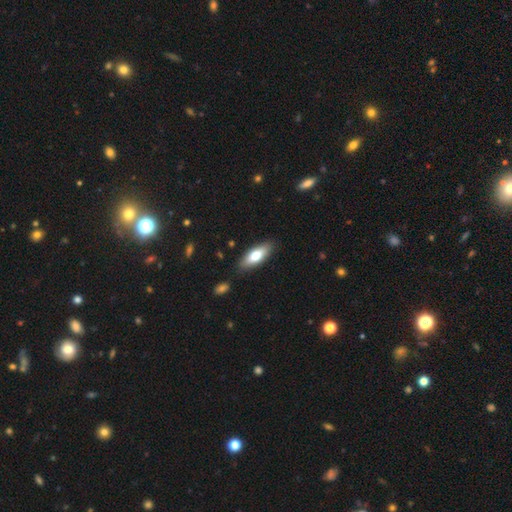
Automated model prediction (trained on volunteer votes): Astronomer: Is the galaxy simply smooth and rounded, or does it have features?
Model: smooth — 68%.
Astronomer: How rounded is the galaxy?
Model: in between — 68%.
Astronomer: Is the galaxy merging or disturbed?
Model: none — 86%.